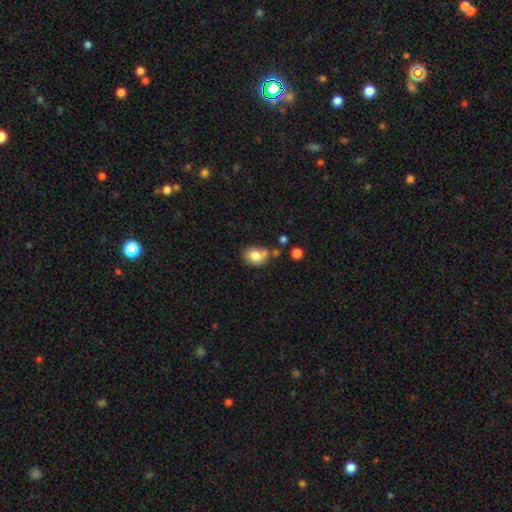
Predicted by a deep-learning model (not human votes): Smooth or featured?
  - smooth: 80% *
  - featured or disk: 11%
  - star or artifact: 9%
How rounded?
  - round: 53% *
  - in between: 46%
  - cigar-shaped: 1%
Merging?
  - none: 53% *
  - minor disturbance: 23%
  - merger: 18%
  - major disturbance: 7%